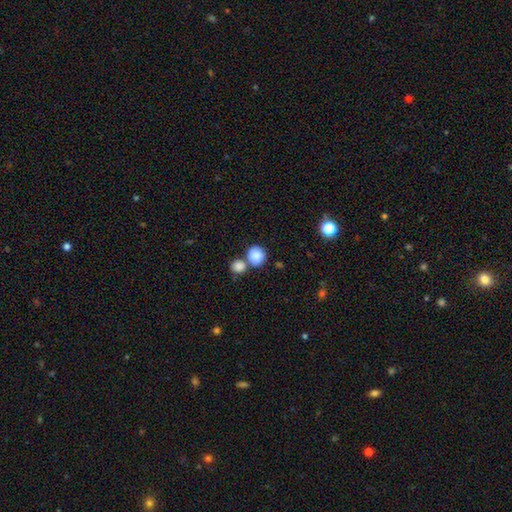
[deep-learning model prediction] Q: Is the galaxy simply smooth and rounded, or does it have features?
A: smooth — 86%.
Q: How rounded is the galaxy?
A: round — 84%.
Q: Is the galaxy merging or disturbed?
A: none — 47%.